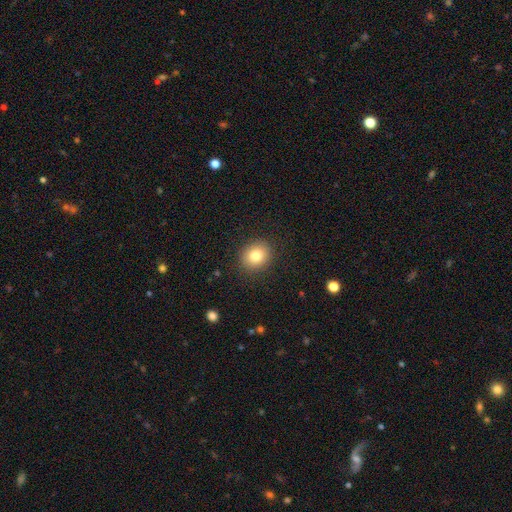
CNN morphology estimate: Smooth or featured? smooth (81%)
How rounded? round (70%)
Merging? none (89%)